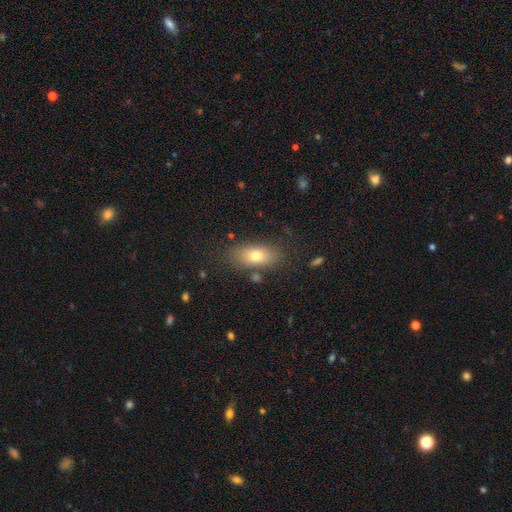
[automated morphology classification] Smooth or featured?
  - smooth: 73% *
  - featured or disk: 18%
  - star or artifact: 9%
How rounded?
  - in between: 82% *
  - cigar-shaped: 9%
  - round: 8%
Merging?
  - none: 77% *
  - minor disturbance: 14%
  - major disturbance: 5%
  - merger: 4%